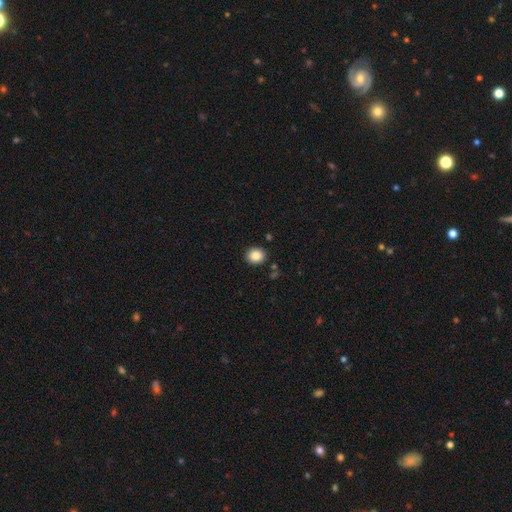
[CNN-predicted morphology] This is clearly a smooth galaxy (86%). How rounded: likely round (72%). Merging: clearly none (89%).